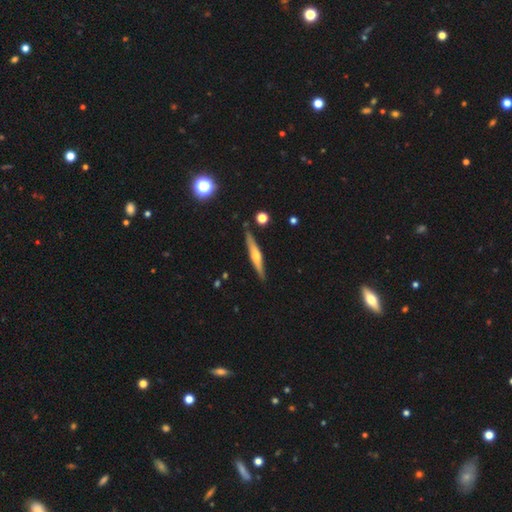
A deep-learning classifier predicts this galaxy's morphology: Q: Smooth or featured?
A: featured or disk (63%); runner-up: smooth (30%)
Q: Edge-on disk?
A: yes (97%); runner-up: no (3%)
Q: Edge-on bulge?
A: rounded (82%); runner-up: none (9%)
Q: Merging?
A: none (87%); runner-up: minor disturbance (9%)